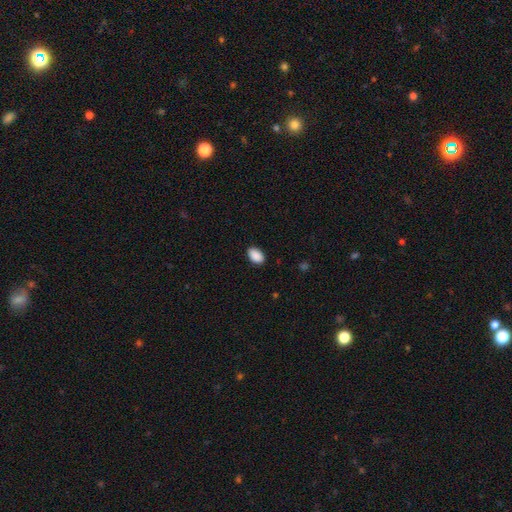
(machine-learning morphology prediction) This is clearly a smooth galaxy (90%). How rounded: clearly in between (92%). Merging: clearly none (88%).